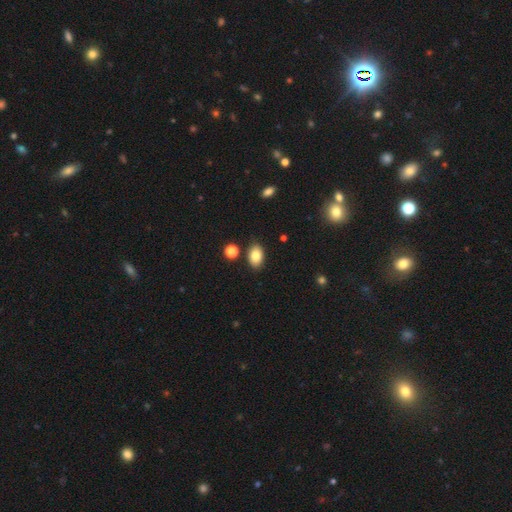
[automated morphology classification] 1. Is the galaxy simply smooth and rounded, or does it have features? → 84% smooth, 9% star or artifact, 7% featured or disk.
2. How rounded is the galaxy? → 85% in between, 13% round, 1% cigar-shaped.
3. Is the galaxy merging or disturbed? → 84% none, 10% minor disturbance, 4% merger, 2% major disturbance.